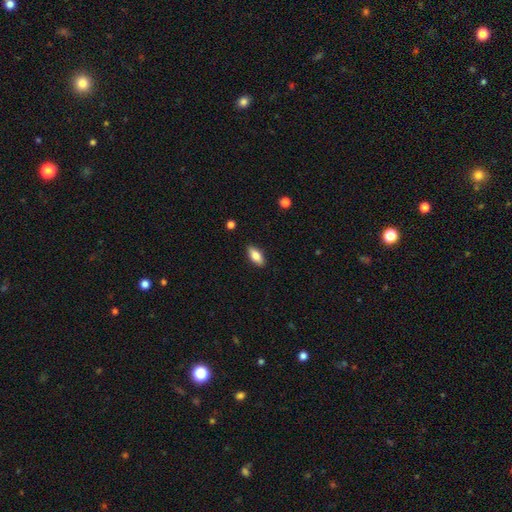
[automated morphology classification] smooth-or-featured: smooth: 81% | featured or disk: 13% | star or artifact: 7%
  how-rounded: in between: 88% | cigar-shaped: 9% | round: 3%
  merging: none: 89% | minor disturbance: 8% | major disturbance: 2% | merger: 1%